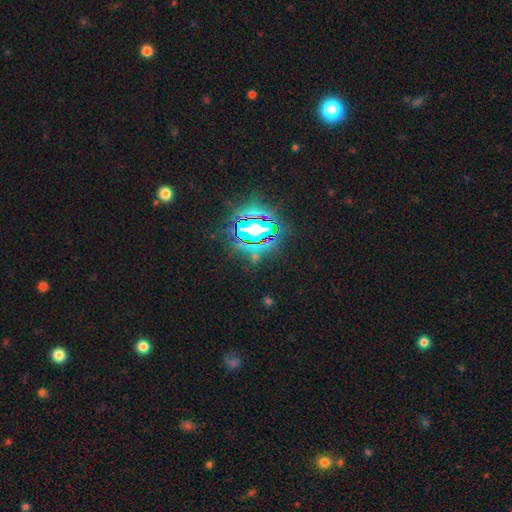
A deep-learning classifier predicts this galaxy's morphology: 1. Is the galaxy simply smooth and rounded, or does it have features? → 77% star or artifact, 13% smooth, 10% featured or disk.